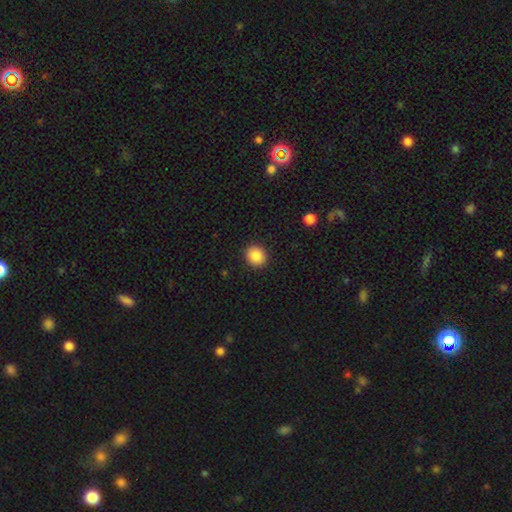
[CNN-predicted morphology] A smooth galaxy with no disk features (87%) that is round (79%). Merging: none (91%).